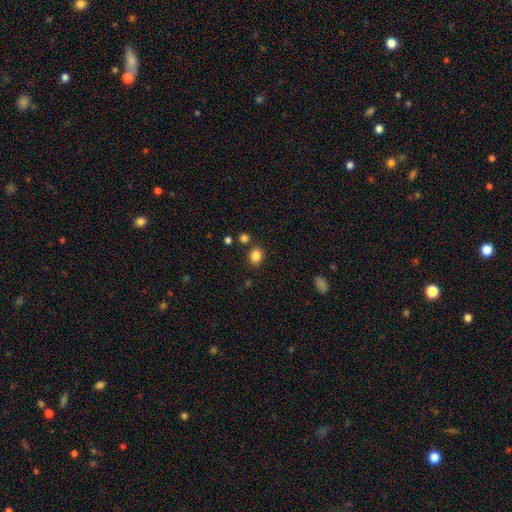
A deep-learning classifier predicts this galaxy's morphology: Q: Smooth or featured?
A: smooth (85%); runner-up: star or artifact (11%)
Q: How rounded?
A: round (55%); runner-up: in between (44%)
Q: Merging?
A: none (81%); runner-up: minor disturbance (9%)